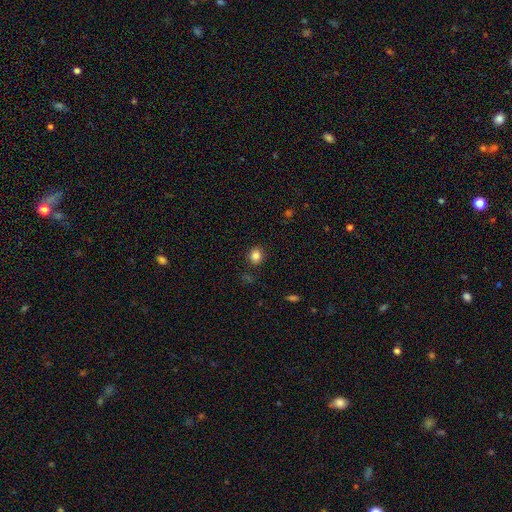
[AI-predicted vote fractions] Q: Smooth or featured?
A: smooth (84%); runner-up: star or artifact (12%)
Q: How rounded?
A: round (79%); runner-up: in between (20%)
Q: Merging?
A: none (87%); runner-up: minor disturbance (8%)